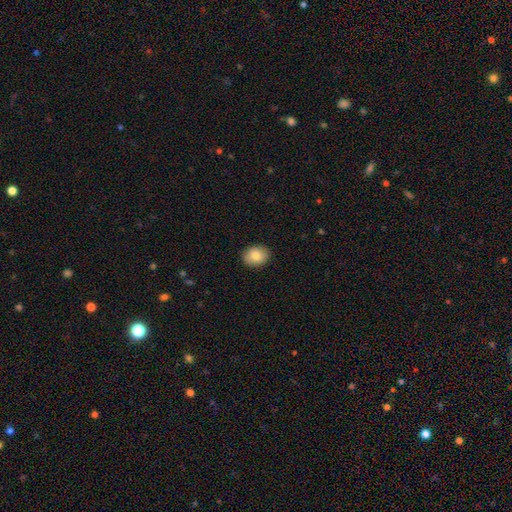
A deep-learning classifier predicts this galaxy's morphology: Smooth or featured: smooth — 84% (featured or disk — 9%)
How rounded: in between — 62% (round — 37%)
Merging: none — 89% (minor disturbance — 8%)